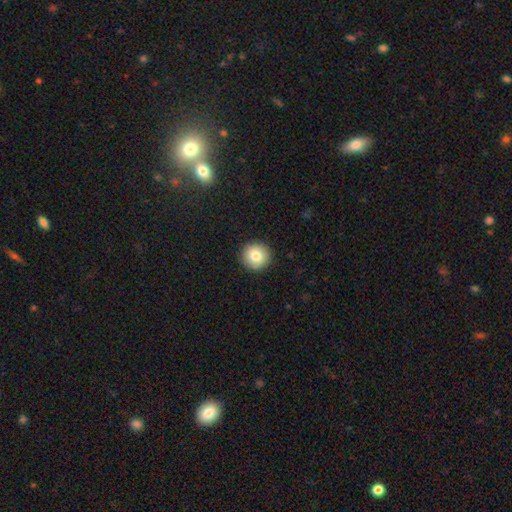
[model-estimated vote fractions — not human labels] A smooth galaxy with no disk features (82%) that is round (94%). Merging: none (92%).